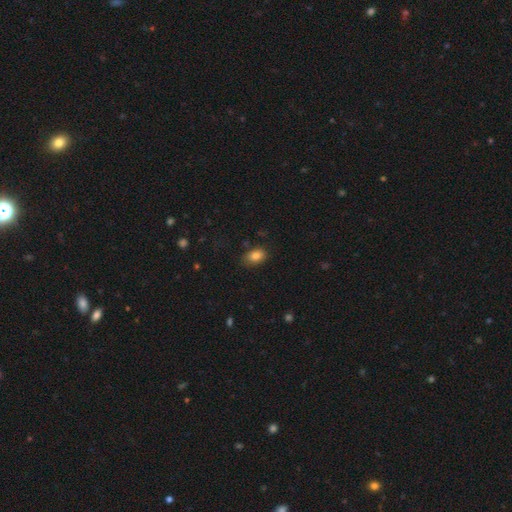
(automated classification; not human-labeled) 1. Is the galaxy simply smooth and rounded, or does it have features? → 85% smooth, 9% star or artifact, 6% featured or disk.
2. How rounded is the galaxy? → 84% in between, 15% round, 1% cigar-shaped.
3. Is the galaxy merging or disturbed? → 75% none, 19% minor disturbance, 4% major disturbance, 2% merger.